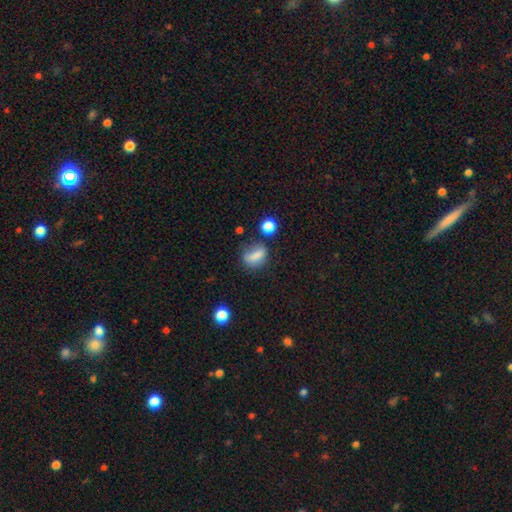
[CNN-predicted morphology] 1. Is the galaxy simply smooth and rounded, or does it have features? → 75% smooth, 13% star or artifact, 12% featured or disk.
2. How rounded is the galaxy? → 65% in between, 25% round, 10% cigar-shaped.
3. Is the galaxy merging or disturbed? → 46% none, 28% minor disturbance, 18% major disturbance, 8% merger.